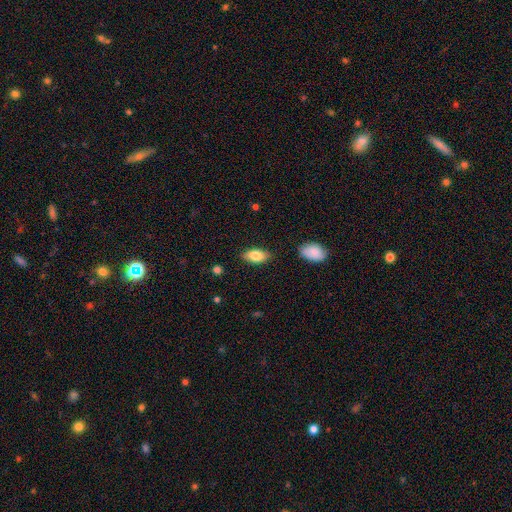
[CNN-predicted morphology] The model was most divided on "smooth or featured": smooth: 82%, featured or disk: 11%, star or artifact: 7%. More confident: how rounded — in between (90%); merging — none (85%).